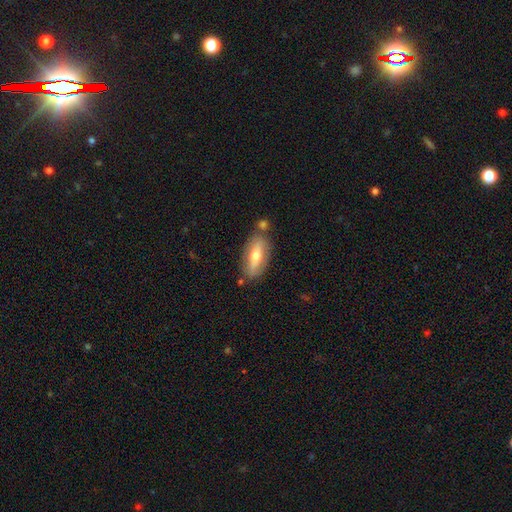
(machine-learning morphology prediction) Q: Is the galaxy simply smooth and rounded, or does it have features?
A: smooth — 49%.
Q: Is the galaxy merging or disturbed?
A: none — 75%.